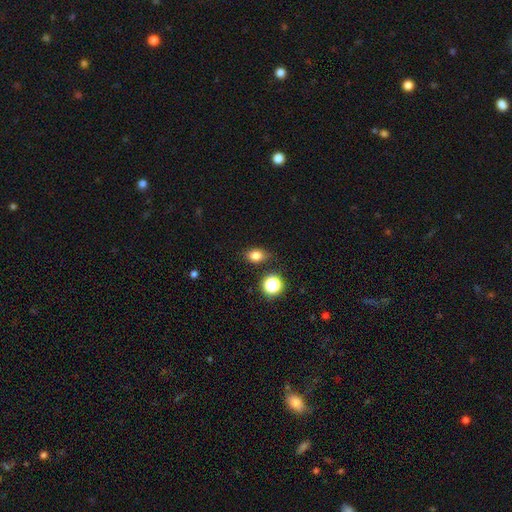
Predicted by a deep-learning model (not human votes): This appears to be a smooth galaxy with no disk features (80%) that is in between round and cigar-shaped (67%). Merging: none (78%).